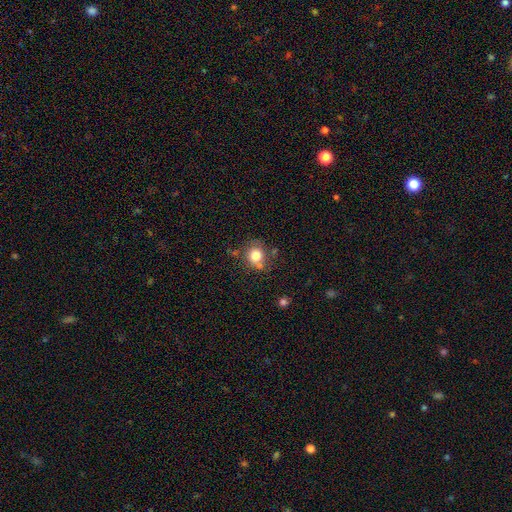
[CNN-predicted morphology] smooth-or-featured: smooth: 78% | star or artifact: 11% | featured or disk: 11%
  how-rounded: round: 78% | in between: 21% | cigar-shaped: 1%
  merging: none: 66% | minor disturbance: 18% | merger: 11% | major disturbance: 5%